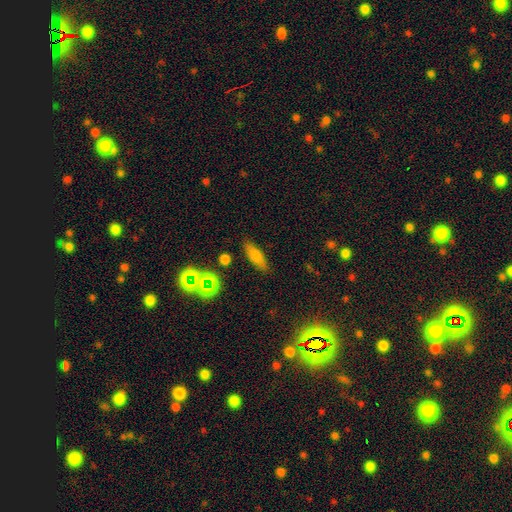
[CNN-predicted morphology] The model was most divided on "how rounded": in between: 56%, cigar-shaped: 39%, round: 5%. More confident: merging — none (83%); smooth or featured — smooth (71%).